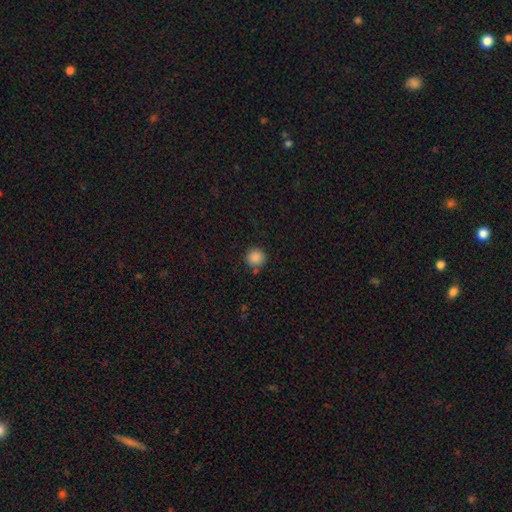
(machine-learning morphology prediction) type=smooth (86%); roundness=round (94%); merging=none (82%).